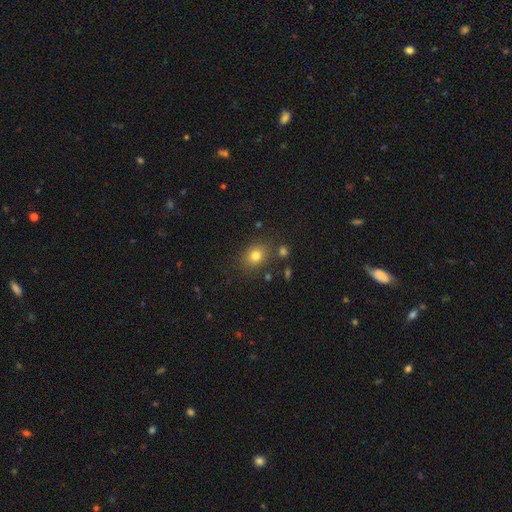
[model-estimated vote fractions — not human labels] Smooth or featured? smooth (77%)
How rounded? in between (50%)
Merging? none (79%)